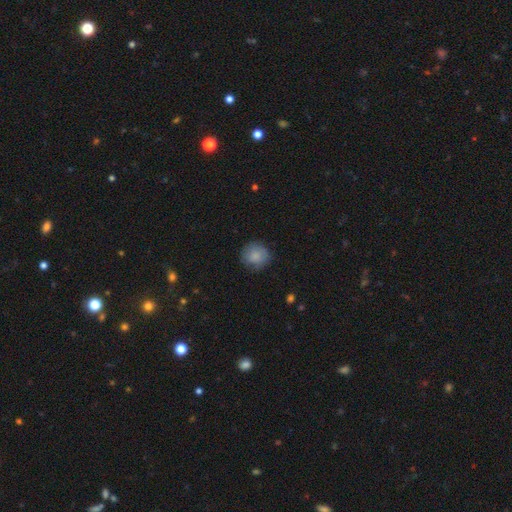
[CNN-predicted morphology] Smooth or featured: smooth — 84% (featured or disk — 9%)
How rounded: round — 88% (in between — 11%)
Merging: none — 80% (minor disturbance — 15%)